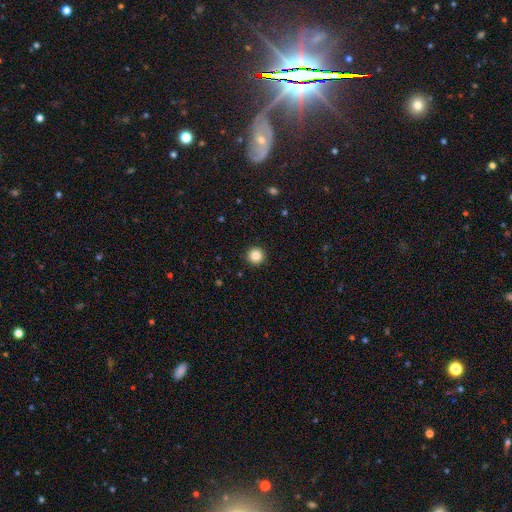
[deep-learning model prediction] Smooth or featured?
  - smooth: 85% *
  - star or artifact: 11%
  - featured or disk: 4%
How rounded?
  - round: 96% *
  - in between: 3%
  - cigar-shaped: 1%
Merging?
  - none: 94% *
  - minor disturbance: 4%
  - major disturbance: 1%
  - merger: 1%